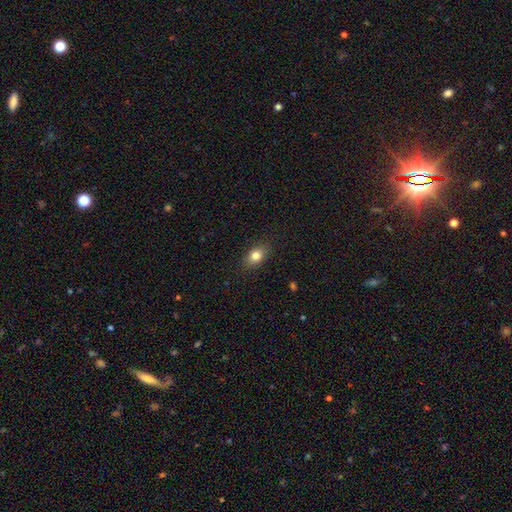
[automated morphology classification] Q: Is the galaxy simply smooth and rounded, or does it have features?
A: smooth — 81%.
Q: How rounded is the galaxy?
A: in between — 81%.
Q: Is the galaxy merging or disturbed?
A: none — 87%.